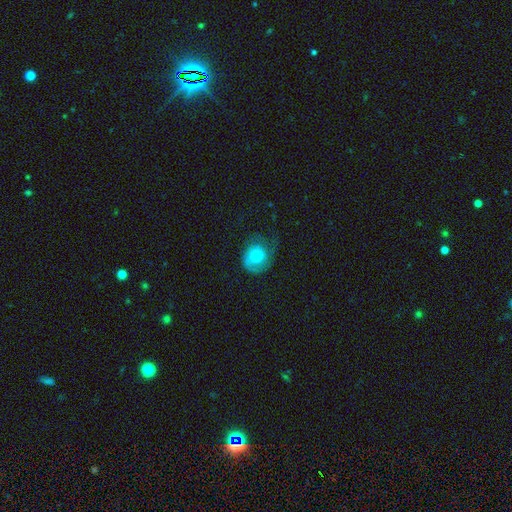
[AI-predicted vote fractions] Morphology: type=smooth (50%); merging=none (46%).